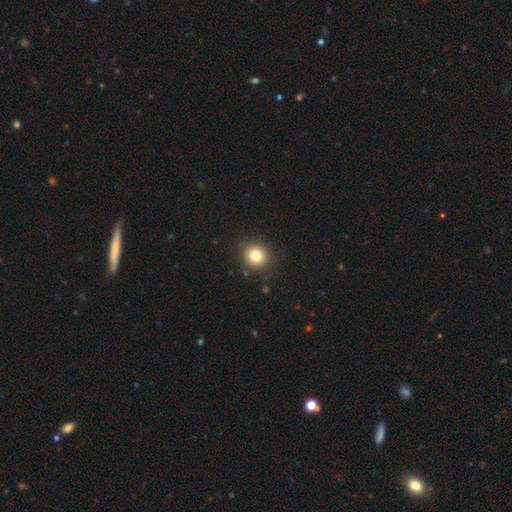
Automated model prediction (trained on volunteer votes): A smooth galaxy with no disk features (80%) that is round (86%). Merging: none (89%).